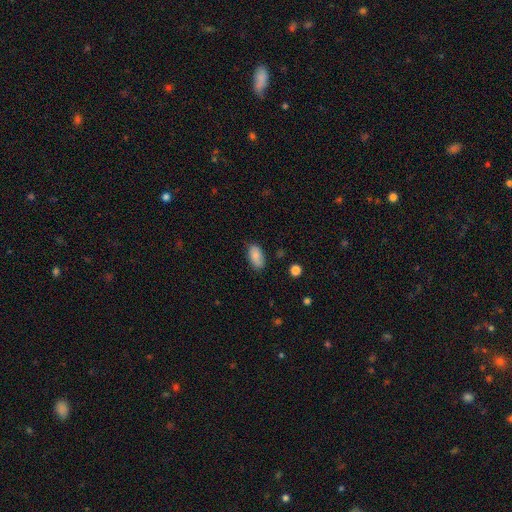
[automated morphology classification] This is clearly a smooth galaxy (83%). How rounded: clearly in between (93%). Merging: likely none (77%).